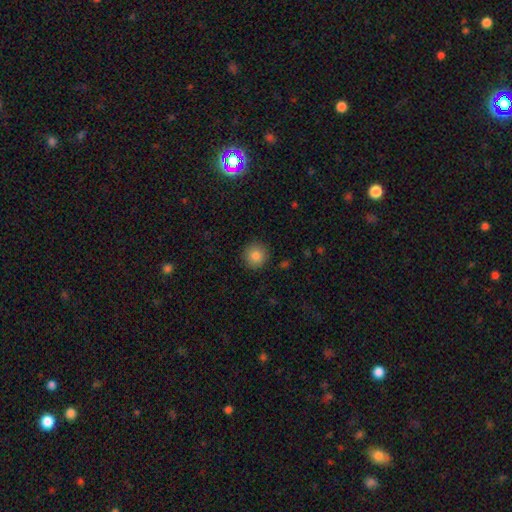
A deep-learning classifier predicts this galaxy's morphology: Smooth or featured? Predicted: smooth (p=0.85). How rounded? Predicted: round (p=0.94). Merging? Predicted: none (p=0.91).